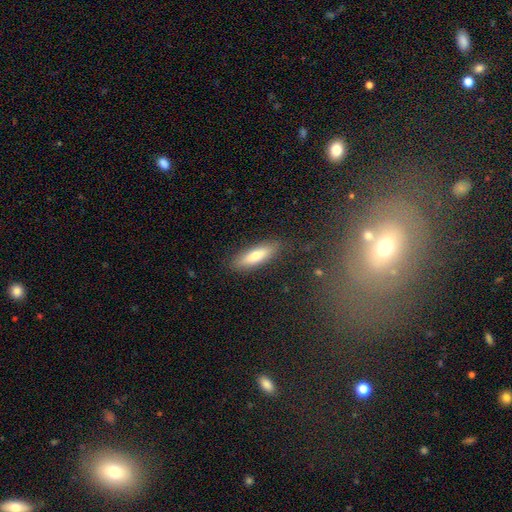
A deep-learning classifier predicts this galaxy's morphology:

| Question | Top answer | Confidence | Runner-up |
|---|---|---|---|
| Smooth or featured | smooth | 69% | featured or disk (24%) |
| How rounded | cigar-shaped | 56% | in between (42%) |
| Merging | none | 87% | minor disturbance (10%) |